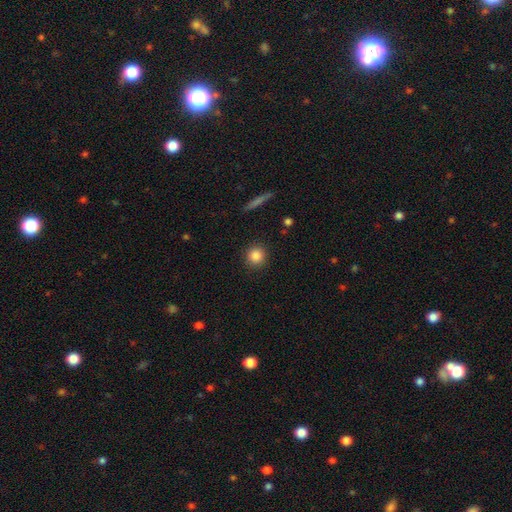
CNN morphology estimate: A smooth galaxy with no disk features (85%) that is round (93%). Merging: none (90%).